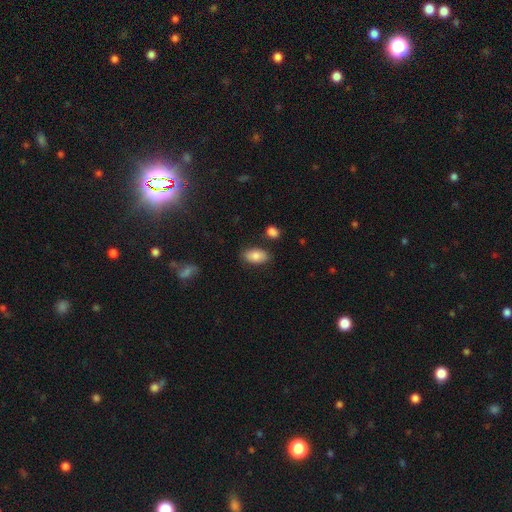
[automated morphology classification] A smooth galaxy with no disk features (82%) that is in between round and cigar-shaped (93%).

Vote fractions:
- Smooth or featured? smooth: 82% / featured or disk: 10% / star or artifact: 7%
- How rounded? in between: 93% / round: 5% / cigar-shaped: 2%
- Merging? none: 82% / minor disturbance: 12% / merger: 3% / major disturbance: 3%